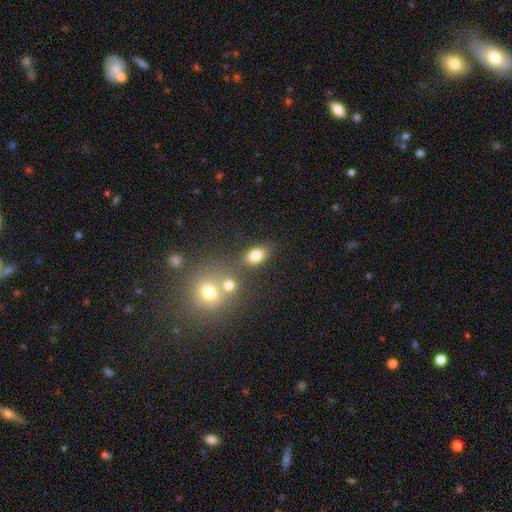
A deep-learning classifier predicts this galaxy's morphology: This appears to be a smooth galaxy with no disk features (80%) that is in between round and cigar-shaped (76%). Merging: none (71%).